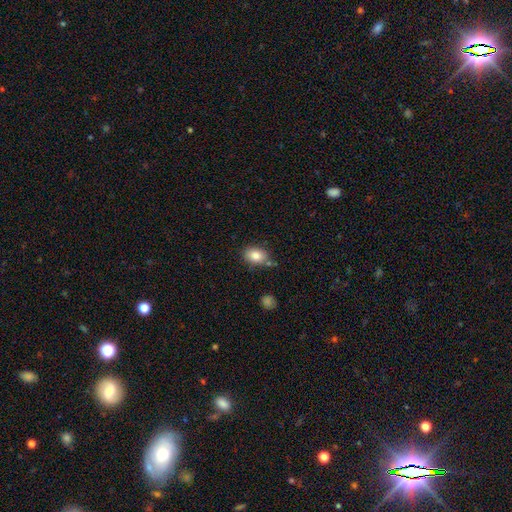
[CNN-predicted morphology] Smooth or featured? Predicted: smooth (p=0.83). How rounded? Predicted: in between (p=0.78). Merging? Predicted: none (p=0.75).